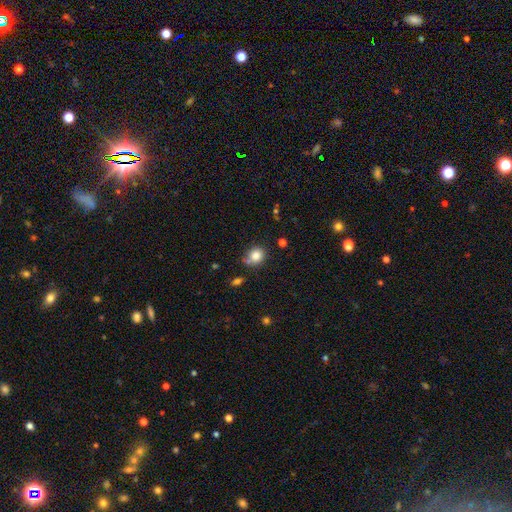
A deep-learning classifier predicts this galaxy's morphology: Smooth or featured: smooth — 83% (star or artifact — 11%)
How rounded: round — 78% (in between — 21%)
Merging: none — 63% (minor disturbance — 20%)